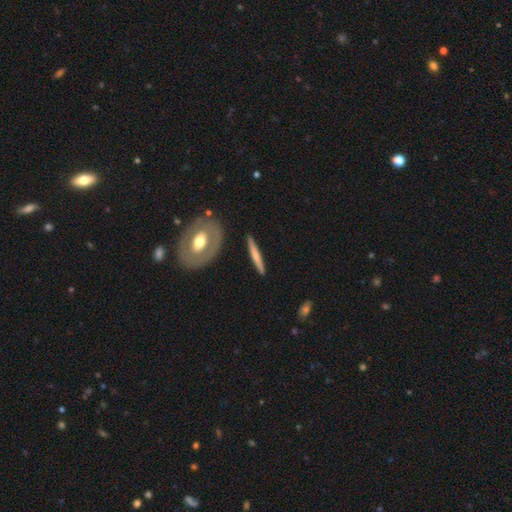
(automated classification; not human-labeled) The model was most divided on "smooth or featured": smooth: 48%, featured or disk: 47%, star or artifact: 5%. More confident: merging — none (89%).